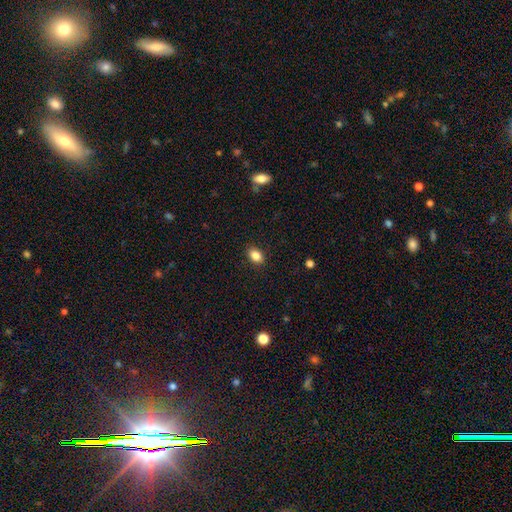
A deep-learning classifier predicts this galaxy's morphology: Q: Smooth or featured?
A: smooth (85%); runner-up: star or artifact (9%)
Q: How rounded?
A: in between (81%); runner-up: round (18%)
Q: Merging?
A: none (89%); runner-up: minor disturbance (8%)